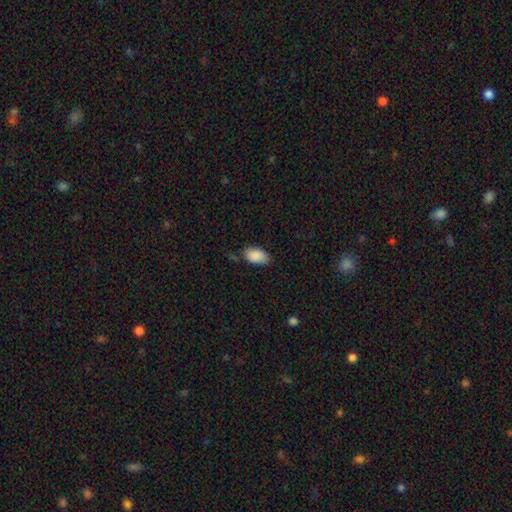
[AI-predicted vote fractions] Q: Smooth or featured?
A: smooth (88%); runner-up: star or artifact (7%)
Q: How rounded?
A: in between (94%); runner-up: round (4%)
Q: Merging?
A: none (71%); runner-up: minor disturbance (21%)